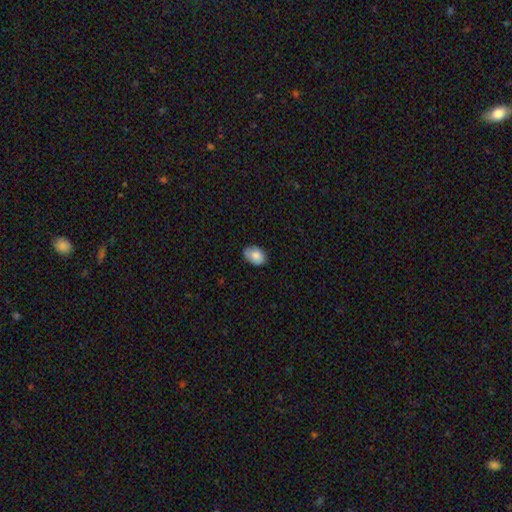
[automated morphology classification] Q: Smooth or featured?
A: smooth (83%); runner-up: featured or disk (10%)
Q: How rounded?
A: in between (81%); runner-up: round (17%)
Q: Merging?
A: none (77%); runner-up: minor disturbance (19%)